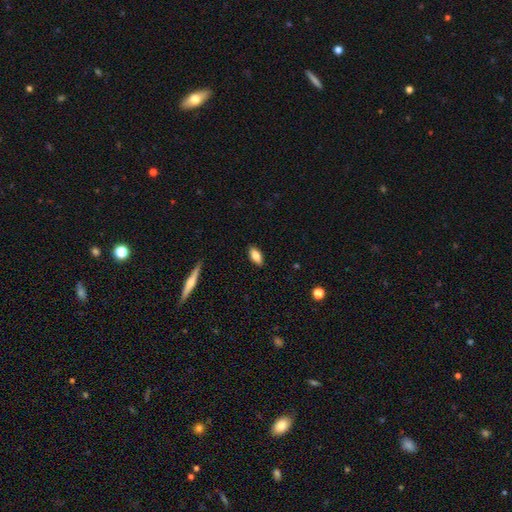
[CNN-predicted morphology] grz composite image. It shows a smooth galaxy with no disk features (77%) that is in between round and cigar-shaped (84%). Merging: none (88%).